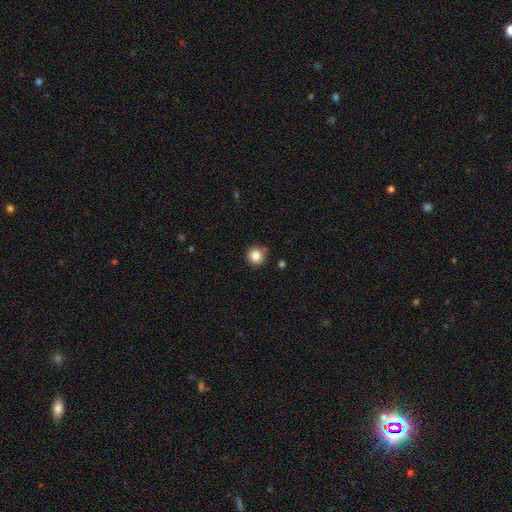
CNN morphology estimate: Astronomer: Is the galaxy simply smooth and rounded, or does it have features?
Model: smooth — 85%.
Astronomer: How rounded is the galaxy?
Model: round — 94%.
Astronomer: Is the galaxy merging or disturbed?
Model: none — 87%.